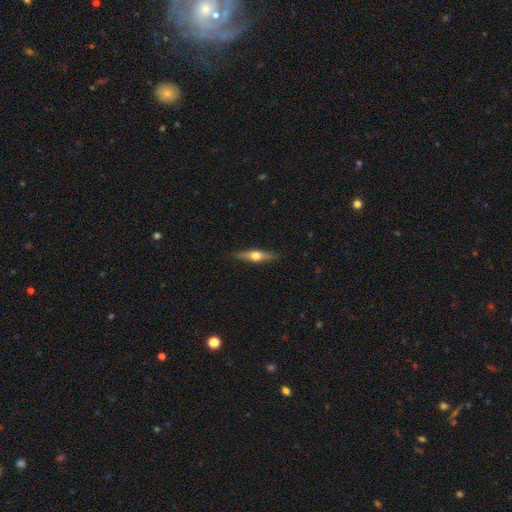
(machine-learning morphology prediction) Smooth or featured? featured or disk (59%)
Edge-on disk? yes (95%)
Edge-on bulge? rounded (95%)
Merging? none (89%)